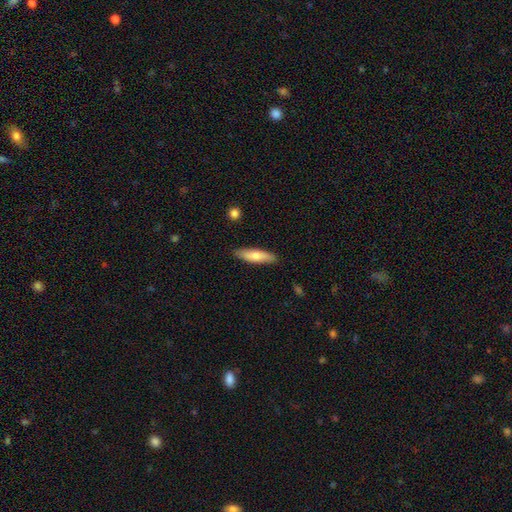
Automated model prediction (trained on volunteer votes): A smooth galaxy with no disk features (71%) that is cigar-shaped (66%).

Vote fractions:
- Smooth or featured? smooth: 71% / featured or disk: 24% / star or artifact: 6%
- How rounded? cigar-shaped: 66% / in between: 32% / round: 2%
- Merging? none: 87% / minor disturbance: 10% / major disturbance: 2% / merger: 1%